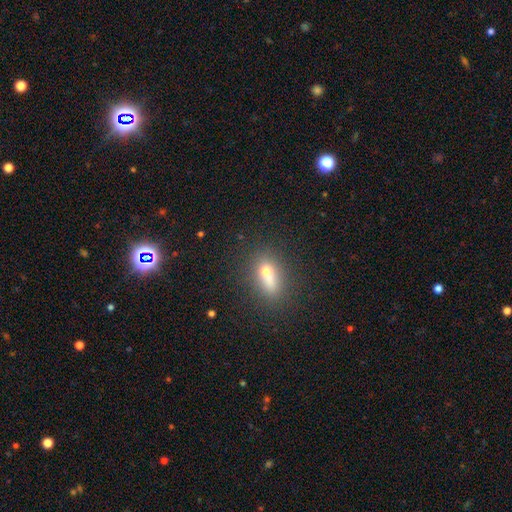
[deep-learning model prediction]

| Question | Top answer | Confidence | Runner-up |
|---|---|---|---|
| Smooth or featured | smooth | 52% | star or artifact (27%) |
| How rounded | in between | 61% | round (27%) |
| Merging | none | 68% | merger (14%) |